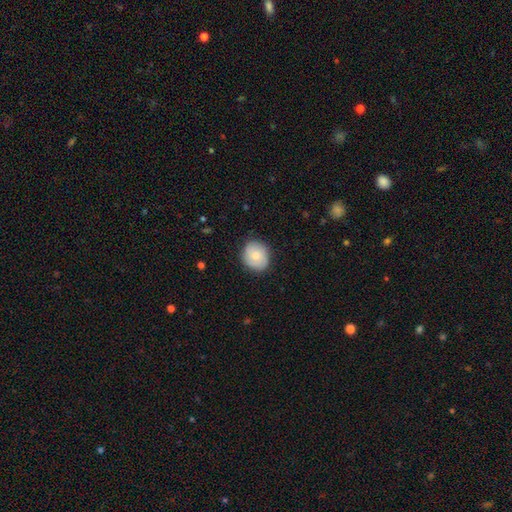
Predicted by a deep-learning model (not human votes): Smooth or featured?
  - smooth: 69% *
  - featured or disk: 24%
  - star or artifact: 7%
How rounded?
  - round: 74% *
  - in between: 25%
  - cigar-shaped: 1%
Merging?
  - none: 82% *
  - minor disturbance: 14%
  - major disturbance: 3%
  - merger: 1%